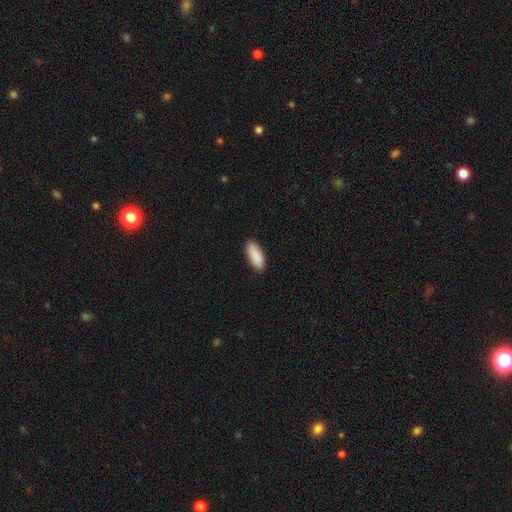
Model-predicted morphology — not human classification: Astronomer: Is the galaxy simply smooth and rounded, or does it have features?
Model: smooth — 91%.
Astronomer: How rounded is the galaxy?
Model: in between — 79%.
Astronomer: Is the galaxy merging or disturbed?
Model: none — 89%.